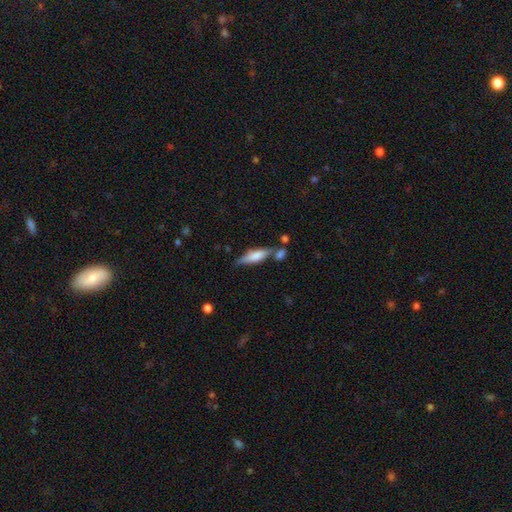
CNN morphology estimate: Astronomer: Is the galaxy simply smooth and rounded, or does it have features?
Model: smooth — 65%.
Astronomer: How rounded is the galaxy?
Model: cigar-shaped — 55% (runner-up: in between, 42%).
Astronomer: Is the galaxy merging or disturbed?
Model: none — 52%.